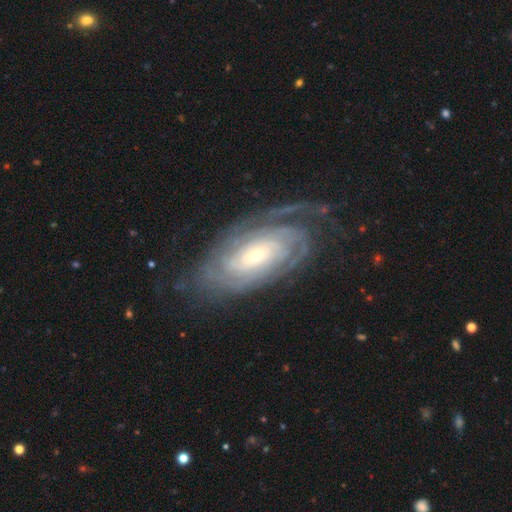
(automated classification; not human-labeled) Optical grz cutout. It shows a featured or disk galaxy (88%) with no bar (60%), tight (77%) spiral arms (97%) and a small central bulge (66%). Merging: none (72%).